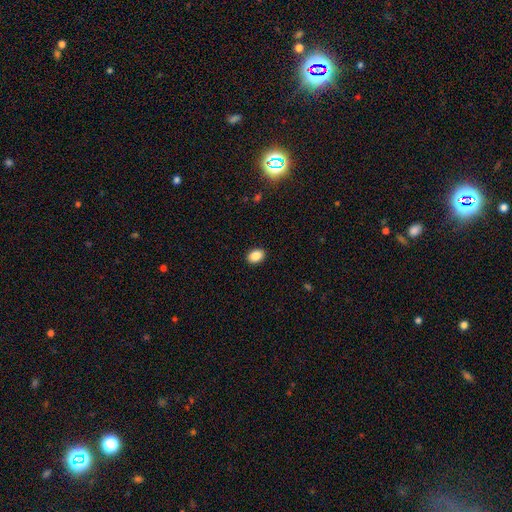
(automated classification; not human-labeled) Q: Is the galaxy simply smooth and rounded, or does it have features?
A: smooth — 88%.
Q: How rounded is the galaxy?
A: in between — 76%.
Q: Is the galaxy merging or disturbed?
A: none — 90%.